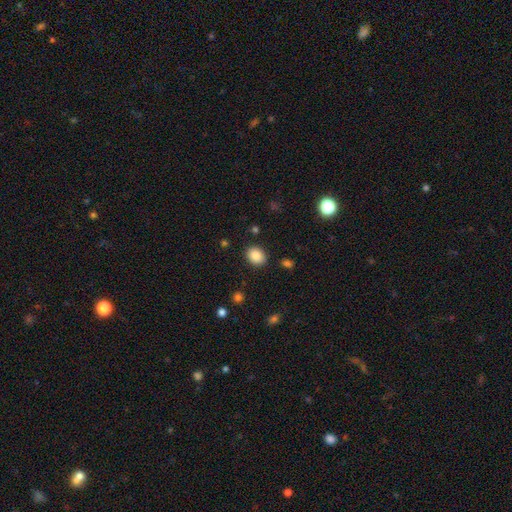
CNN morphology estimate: smooth_or_featured: smooth (p=0.87) [alt: star or artifact p=0.09]
how_rounded: in between (p=0.58) [alt: round p=0.41]
merging: none (p=0.88) [alt: minor disturbance p=0.08]